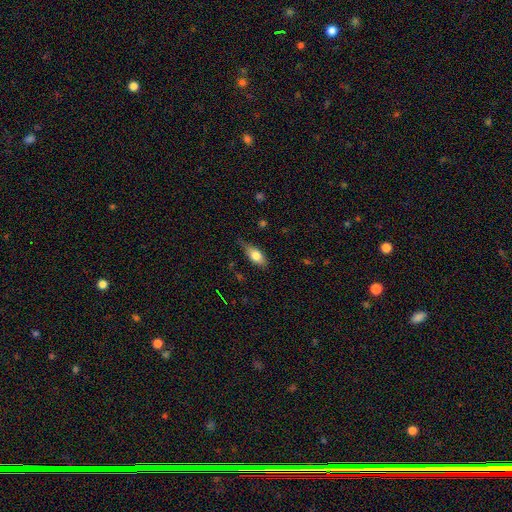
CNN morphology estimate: The model was most divided on "merging": none: 61%, minor disturbance: 30%, major disturbance: 7%, merger: 2%. More confident: how rounded — in between (80%); smooth or featured — smooth (73%).